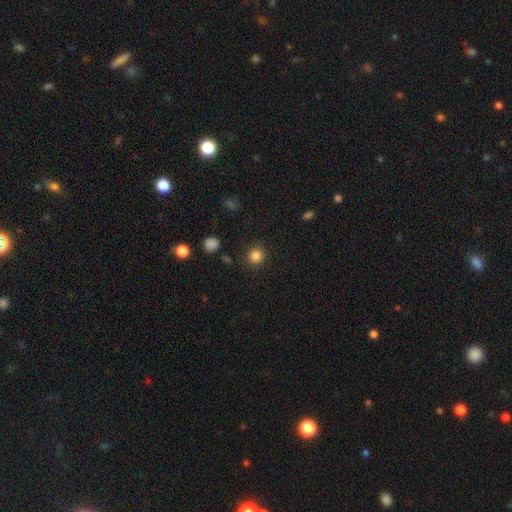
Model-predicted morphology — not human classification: Smooth or featured?
  - smooth: 84% *
  - star or artifact: 12%
  - featured or disk: 4%
How rounded?
  - round: 92% *
  - in between: 7%
  - cigar-shaped: 1%
Merging?
  - none: 90% *
  - minor disturbance: 6%
  - major disturbance: 3%
  - merger: 2%